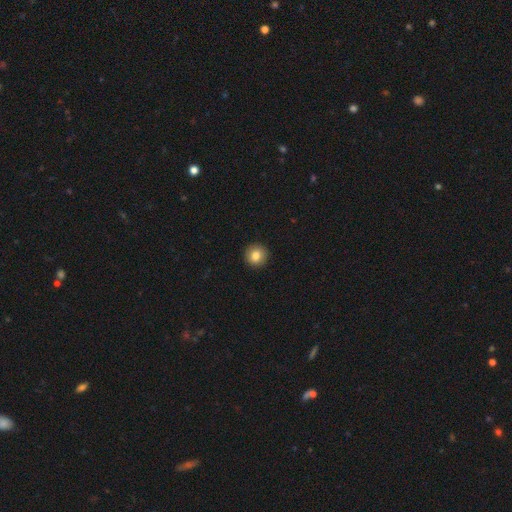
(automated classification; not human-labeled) The model was most divided on "smooth or featured": smooth: 83%, star or artifact: 9%, featured or disk: 7%. More confident: how rounded — round (94%); merging — none (93%).